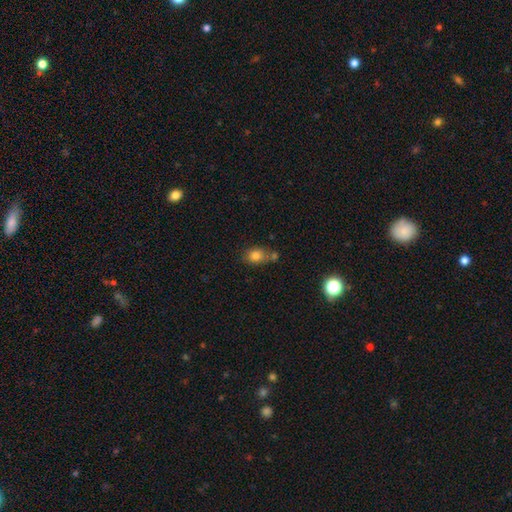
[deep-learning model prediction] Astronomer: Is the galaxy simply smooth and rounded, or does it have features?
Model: smooth — 80%.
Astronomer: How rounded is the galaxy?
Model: in between — 55% (runner-up: round, 43%).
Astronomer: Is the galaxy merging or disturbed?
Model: none — 51%.